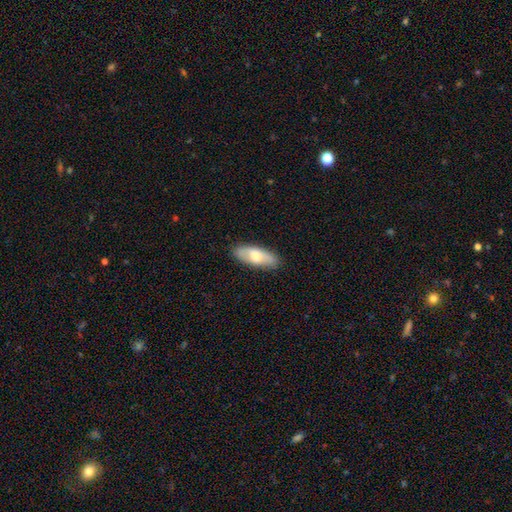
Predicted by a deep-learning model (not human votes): smooth 63%, featured or disk 31%, star or artifact 6%. Down the decision tree: how rounded — in between (74%); merging — none (85%).